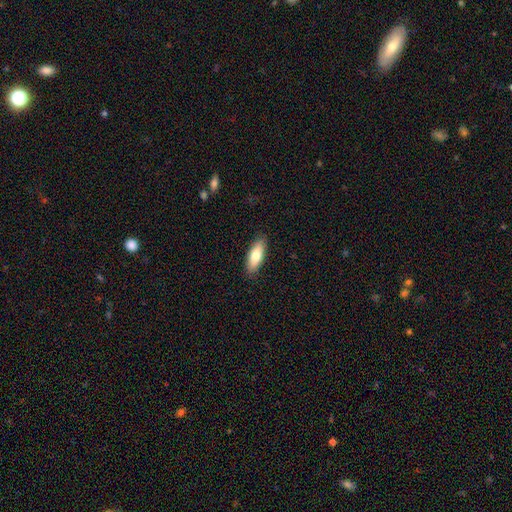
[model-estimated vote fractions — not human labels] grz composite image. It shows a smooth galaxy with no disk features (75%) that is in between round and cigar-shaped (69%). Merging: none (88%).